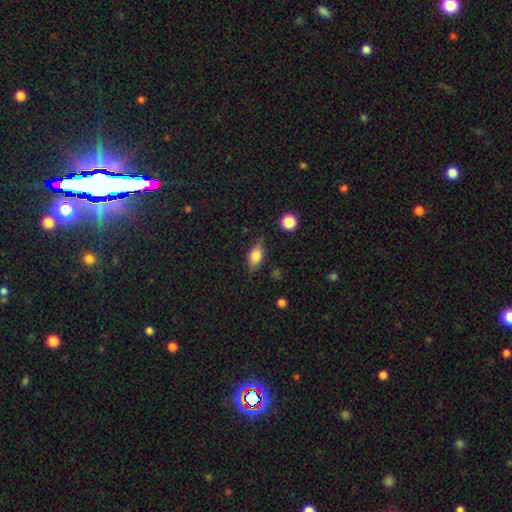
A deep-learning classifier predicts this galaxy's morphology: A smooth galaxy with no disk features (72%) that is in between round and cigar-shaped (80%). Merging: none (75%).